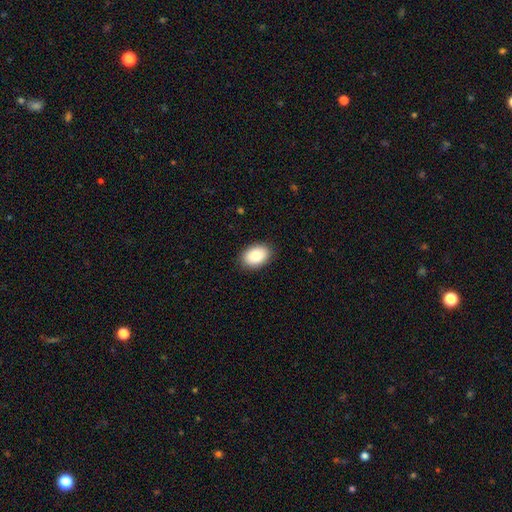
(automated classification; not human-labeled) Smooth or featured?
  - smooth: 86% *
  - featured or disk: 7%
  - star or artifact: 7%
How rounded?
  - in between: 84% *
  - round: 15%
  - cigar-shaped: 1%
Merging?
  - none: 89% *
  - minor disturbance: 8%
  - major disturbance: 2%
  - merger: 1%